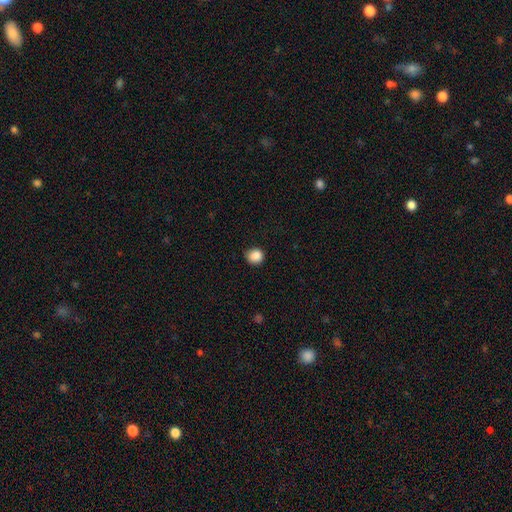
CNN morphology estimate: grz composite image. It shows a smooth galaxy with no disk features (88%) that is round (82%). Merging: none (82%).